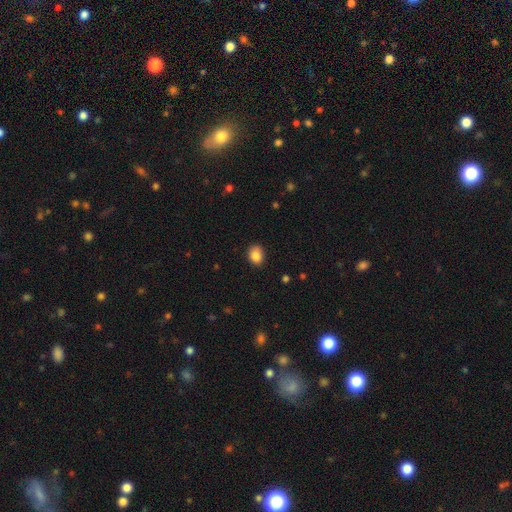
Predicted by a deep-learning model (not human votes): Q: Smooth or featured?
A: smooth (87%); runner-up: star or artifact (9%)
Q: How rounded?
A: in between (58%); runner-up: round (41%)
Q: Merging?
A: none (83%); runner-up: minor disturbance (14%)